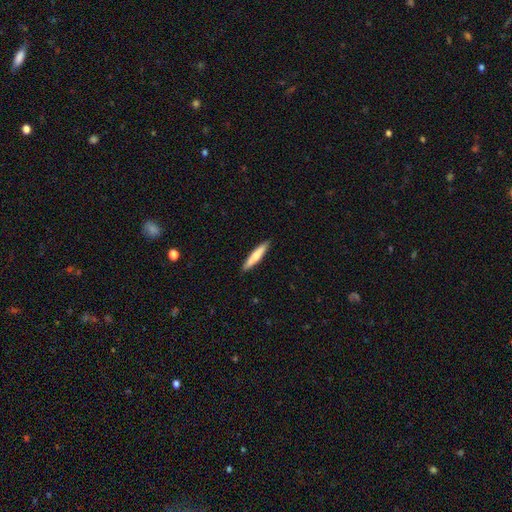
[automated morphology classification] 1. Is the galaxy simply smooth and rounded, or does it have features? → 70% smooth, 25% featured or disk, 5% star or artifact.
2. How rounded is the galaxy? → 90% cigar-shaped, 8% in between, 1% round.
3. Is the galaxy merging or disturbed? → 91% none, 7% minor disturbance, 1% major disturbance, 1% merger.